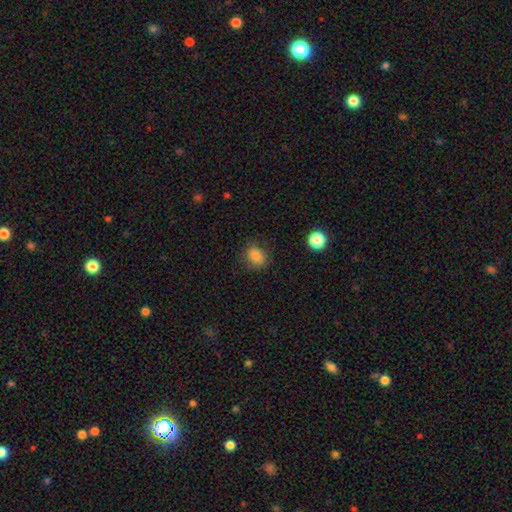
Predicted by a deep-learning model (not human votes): smooth-or-featured: smooth: 81% | star or artifact: 11% | featured or disk: 8%
  how-rounded: in between: 59% | round: 39% | cigar-shaped: 2%
  merging: none: 80% | minor disturbance: 15% | major disturbance: 4% | merger: 1%